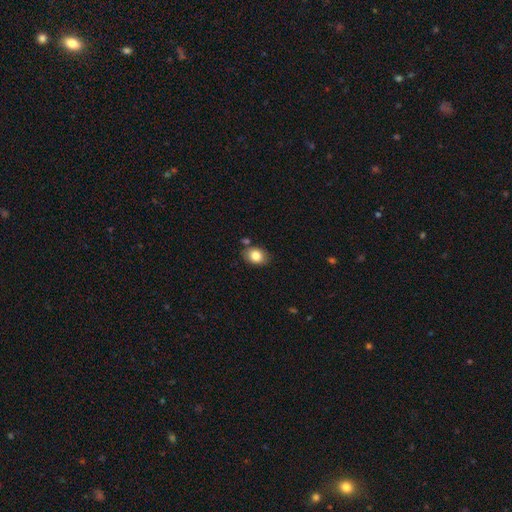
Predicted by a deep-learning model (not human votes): A smooth galaxy with no disk features (84%) that is in between round and cigar-shaped (63%). Merging: none (76%).